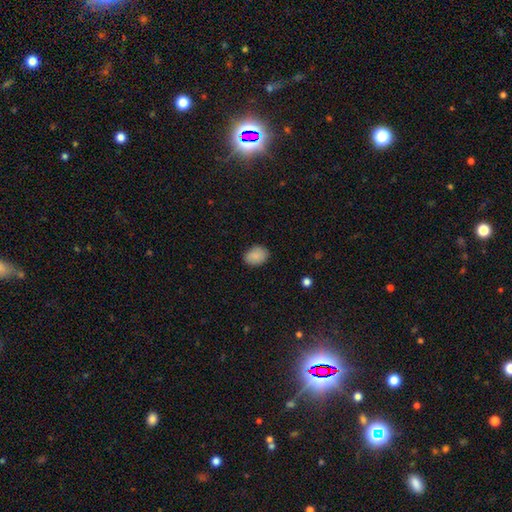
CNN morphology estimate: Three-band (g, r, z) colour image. It shows a smooth galaxy with no disk features (89%) that is in between round and cigar-shaped (75%). Merging: none (85%).